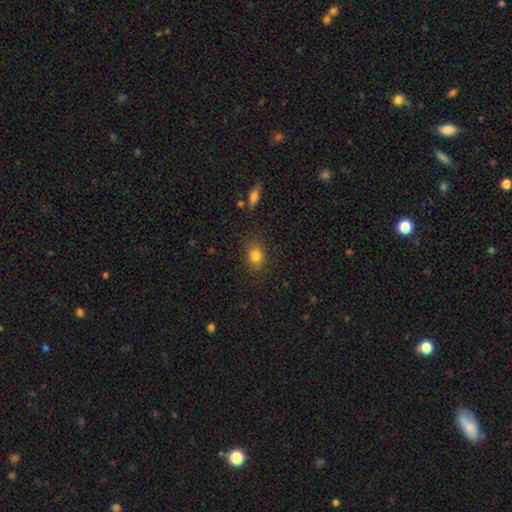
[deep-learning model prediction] The model was most divided on "how rounded": in between: 61%, round: 37%, cigar-shaped: 2%. More confident: merging — none (84%); smooth or featured — smooth (83%).